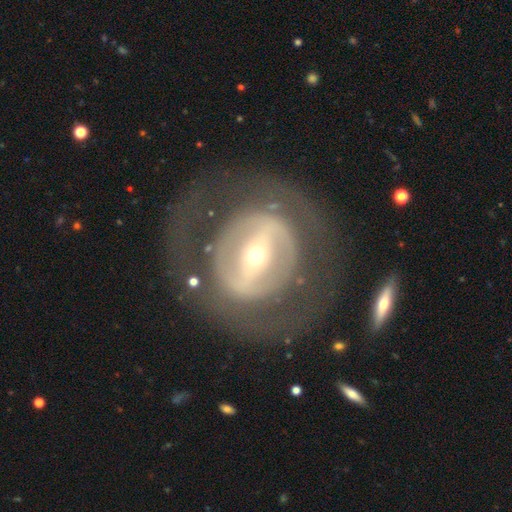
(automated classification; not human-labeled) Morphology: type=featured or disk (77%); edge-on=no (93%); bar=strong (54%); spiral arms=no (61%); bulge=small (68%); merging=none (72%).